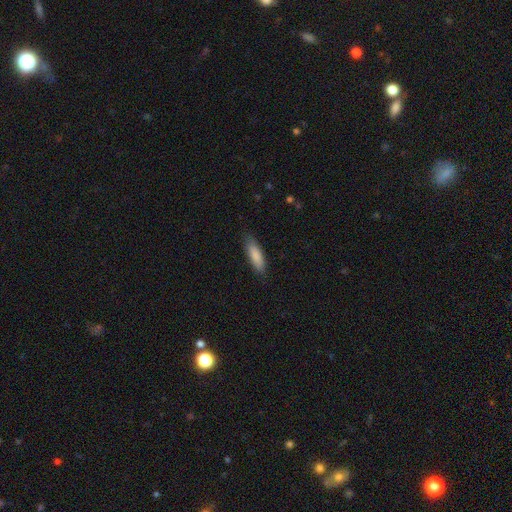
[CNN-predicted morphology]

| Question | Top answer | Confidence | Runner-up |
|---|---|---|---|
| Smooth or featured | smooth | 87% | featured or disk (8%) |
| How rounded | cigar-shaped | 51% | in between (48%) |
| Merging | none | 84% | minor disturbance (13%) |